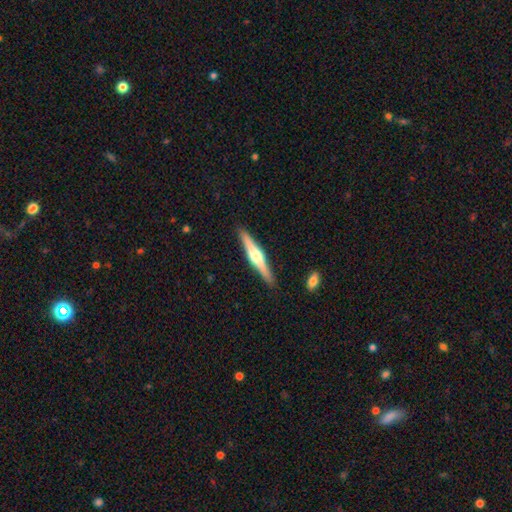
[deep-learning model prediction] Morphology: type=featured or disk (70%); edge-on=yes (98%); edge-on bulge=rounded (89%); merging=none (90%).